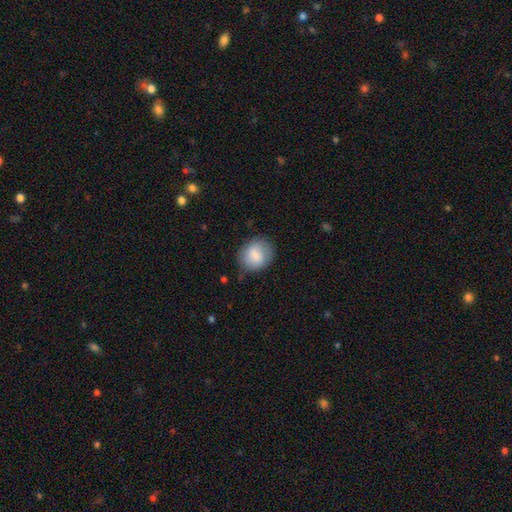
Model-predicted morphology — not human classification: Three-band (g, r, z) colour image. It shows a smooth galaxy with no disk features (80%) that is round (69%). Merging: none (71%).